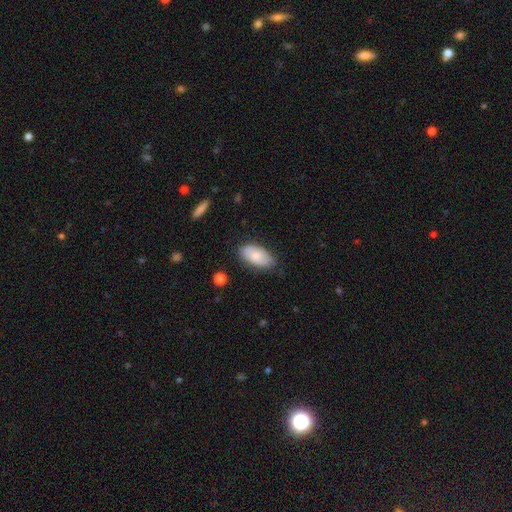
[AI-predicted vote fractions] smooth-or-featured: smooth: 75% | featured or disk: 19% | star or artifact: 6%
  how-rounded: in between: 93% | cigar-shaped: 4% | round: 3%
  merging: none: 71% | minor disturbance: 23% | major disturbance: 4% | merger: 2%